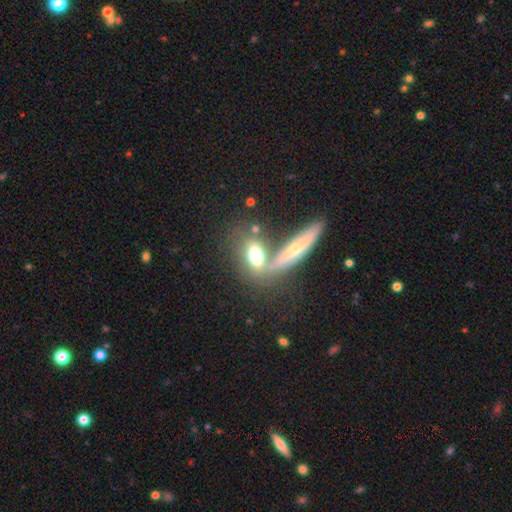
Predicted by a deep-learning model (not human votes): A smooth galaxy with no disk features (63%) that is in between round and cigar-shaped (66%). Merging: none (43%).